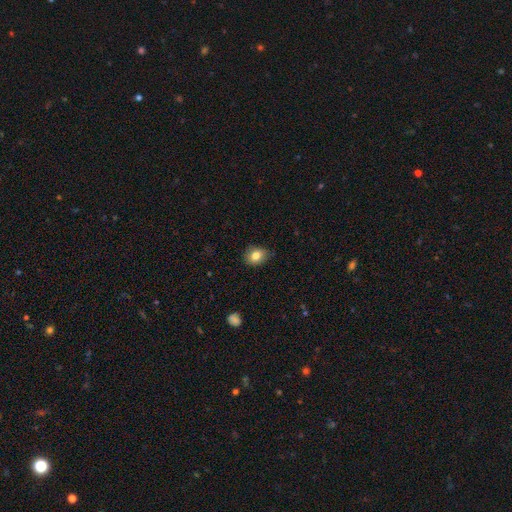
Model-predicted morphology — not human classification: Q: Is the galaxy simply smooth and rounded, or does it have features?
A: smooth — 81%.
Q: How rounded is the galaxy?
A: round — 50%.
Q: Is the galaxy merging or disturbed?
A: none — 78%.